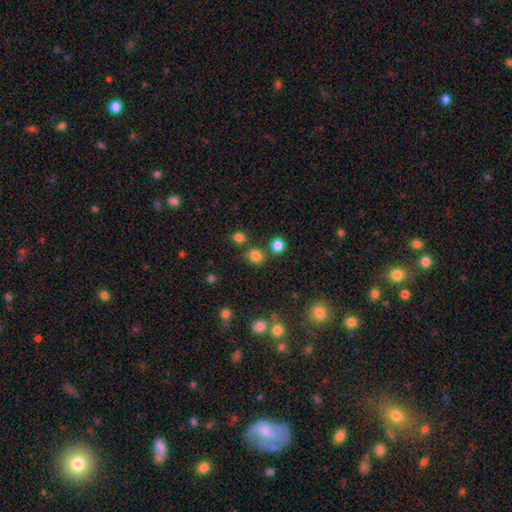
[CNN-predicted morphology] Smooth or featured? Predicted: smooth (p=0.79). How rounded? Predicted: round (p=0.81). Merging? Predicted: none (p=0.78).